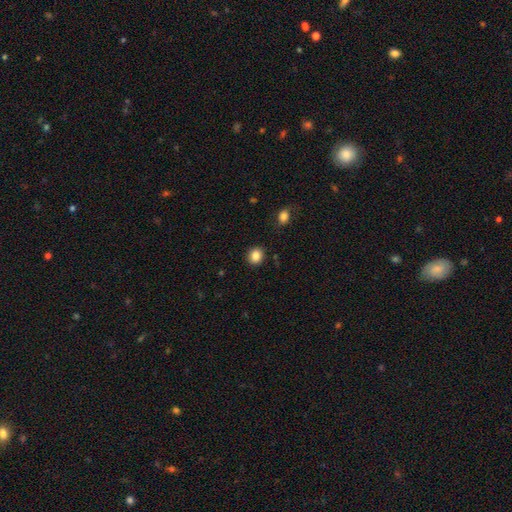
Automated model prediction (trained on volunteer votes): Smooth or featured?
  - smooth: 86% *
  - star or artifact: 10%
  - featured or disk: 5%
How rounded?
  - round: 73% *
  - in between: 26%
  - cigar-shaped: 1%
Merging?
  - none: 90% *
  - minor disturbance: 7%
  - major disturbance: 2%
  - merger: 1%